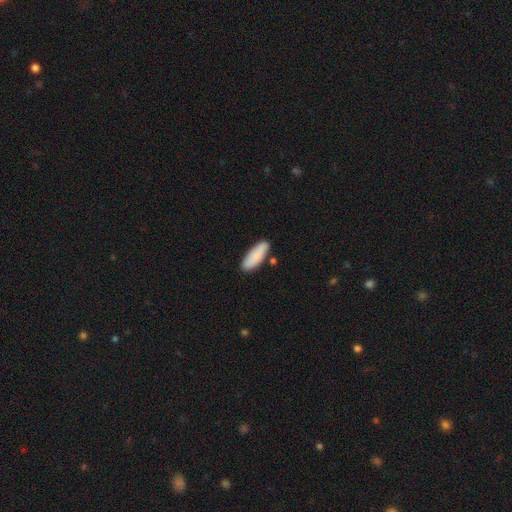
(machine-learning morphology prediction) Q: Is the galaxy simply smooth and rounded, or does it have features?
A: smooth — 86%.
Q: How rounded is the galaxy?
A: in between — 60%.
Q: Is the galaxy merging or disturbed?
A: none — 79%.